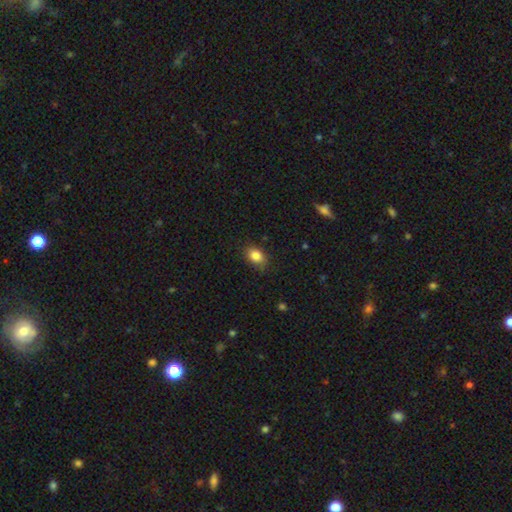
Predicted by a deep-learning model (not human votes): This appears to be a smooth galaxy with no disk features (85%) that is in between round and cigar-shaped (71%). Merging: none (77%).